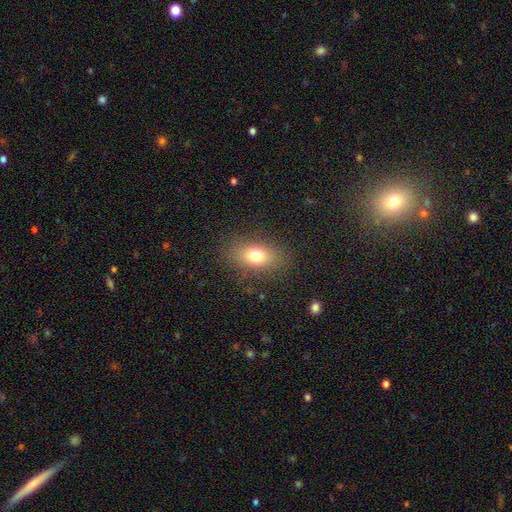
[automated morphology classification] Smooth or featured: smooth — 75% (featured or disk — 13%)
How rounded: in between — 79% (round — 17%)
Merging: none — 85% (minor disturbance — 10%)